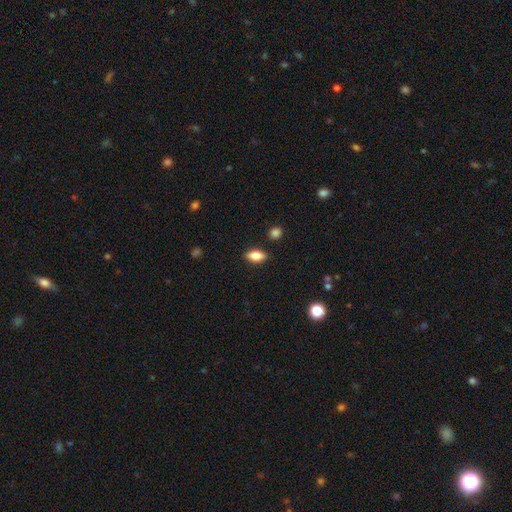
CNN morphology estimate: smooth-or-featured: smooth: 78% | featured or disk: 14% | star or artifact: 8%
  how-rounded: in between: 84% | cigar-shaped: 11% | round: 6%
  merging: none: 87% | minor disturbance: 9% | major disturbance: 2% | merger: 2%